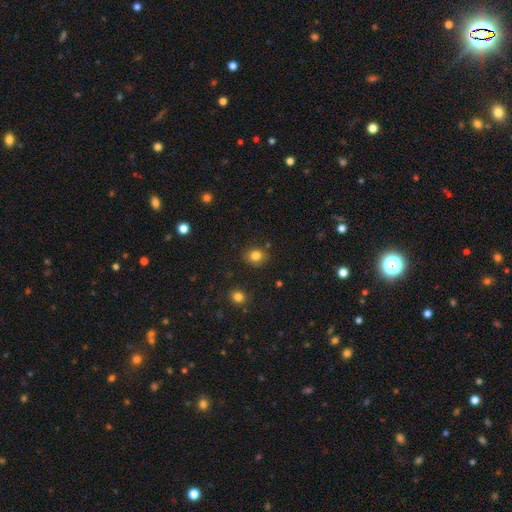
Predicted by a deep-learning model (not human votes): Smooth or featured? Predicted: smooth (p=0.82). How rounded? Predicted: round (p=0.74). Merging? Predicted: none (p=0.84).